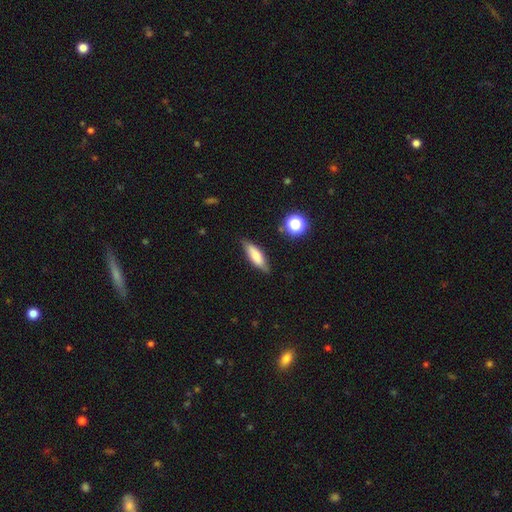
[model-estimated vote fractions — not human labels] Smooth or featured? smooth (69%)
How rounded? in between (52%)
Merging? none (78%)